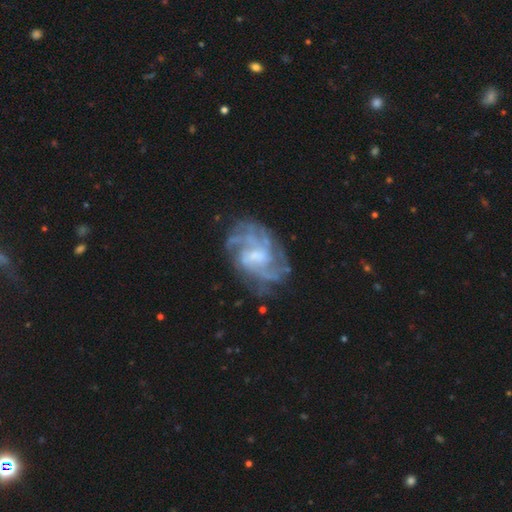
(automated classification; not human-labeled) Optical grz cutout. It shows a featured or disk galaxy (85%) with a weak bar (49%), medium (43%) spiral arms (92%) and a small central bulge (42%). Merging: none (67%).